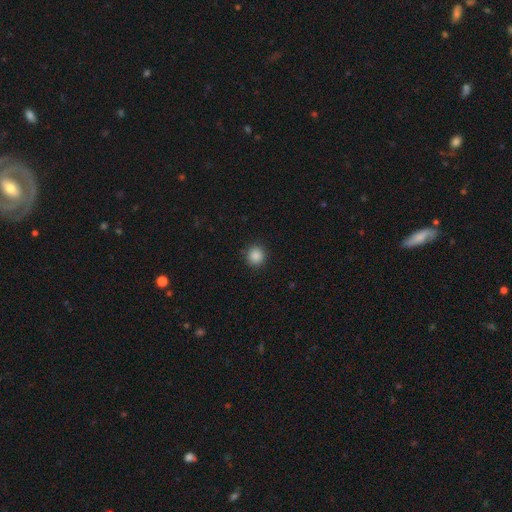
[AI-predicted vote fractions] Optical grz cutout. It shows a smooth galaxy with no disk features (87%) that is round (93%). Merging: none (91%).